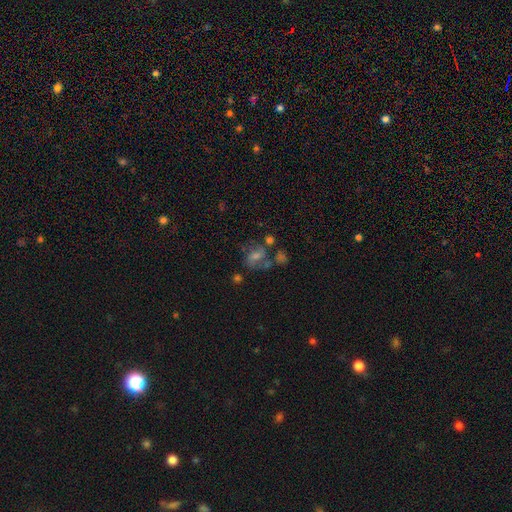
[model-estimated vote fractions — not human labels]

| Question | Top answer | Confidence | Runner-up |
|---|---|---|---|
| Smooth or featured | featured or disk | 59% | smooth (23%) |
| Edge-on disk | no | 97% | yes (3%) |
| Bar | weak | 46% | no (37%) |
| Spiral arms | yes | 80% | no (20%) |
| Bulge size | moderate | 45% | small (37%) |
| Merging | none | 46% | merger (20%) |